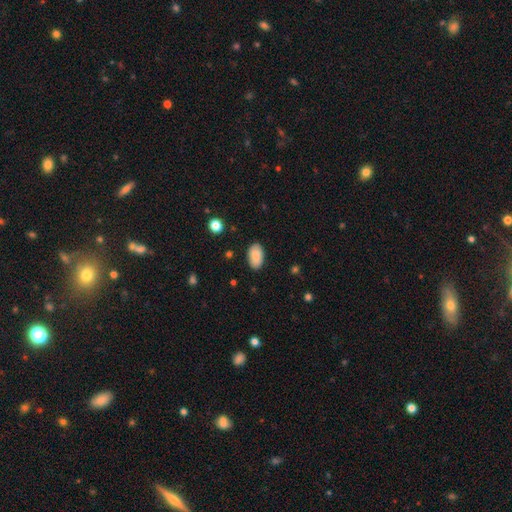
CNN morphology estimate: This is clearly a smooth galaxy (88%). How rounded: clearly in between (94%). Merging: clearly none (85%).